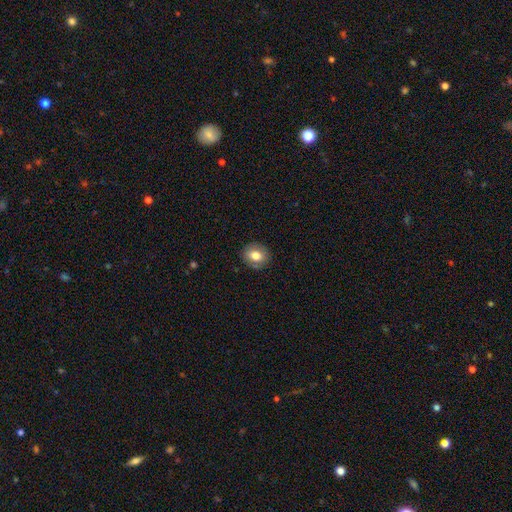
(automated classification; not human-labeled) The model was most divided on "how rounded": round: 61%, in between: 38%, cigar-shaped: 1%. More confident: merging — none (86%); smooth or featured — smooth (77%).